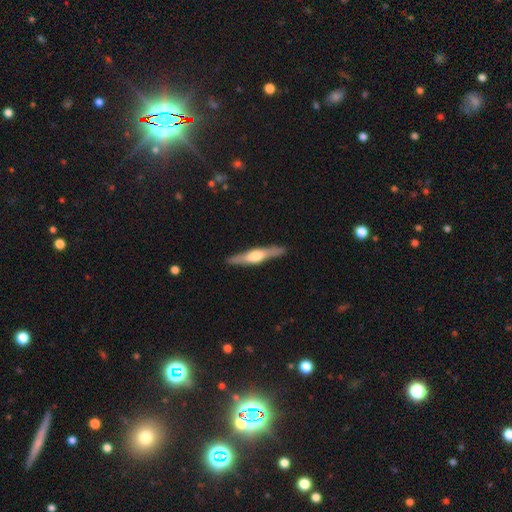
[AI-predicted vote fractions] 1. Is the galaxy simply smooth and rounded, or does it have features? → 66% featured or disk, 29% smooth, 5% star or artifact.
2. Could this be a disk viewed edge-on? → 96% yes, 4% no.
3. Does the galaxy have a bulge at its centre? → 90% rounded, 7% boxy, 3% none.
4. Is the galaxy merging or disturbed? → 90% none, 7% minor disturbance, 2% major disturbance, 1% merger.